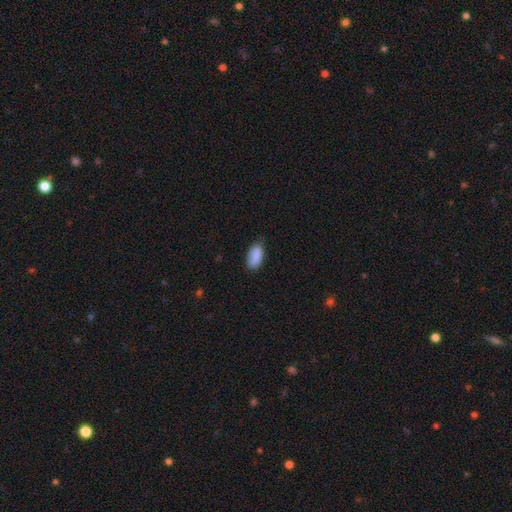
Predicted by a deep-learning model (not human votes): This is clearly a smooth galaxy (86%). How rounded: clearly in between (92%). Merging: likely none (61%).